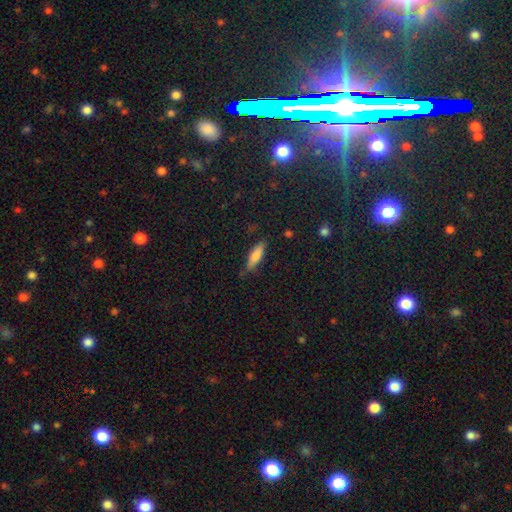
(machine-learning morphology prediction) type=smooth (77%); roundness=cigar-shaped (60%); merging=none (76%).